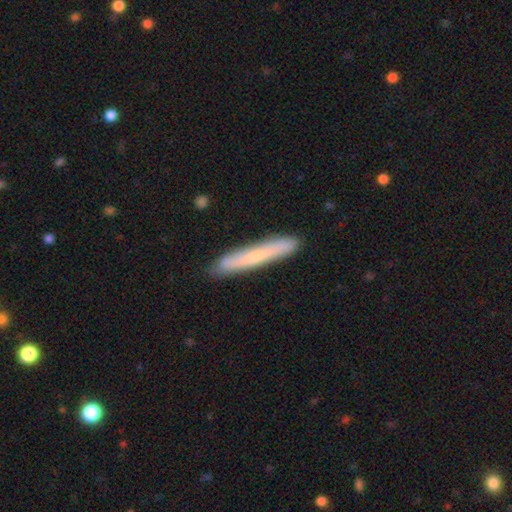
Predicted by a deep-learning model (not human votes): Smooth or featured?
  - smooth: 65% *
  - featured or disk: 29%
  - star or artifact: 6%
How rounded?
  - cigar-shaped: 95% *
  - in between: 3%
  - round: 1%
Merging?
  - none: 89% *
  - minor disturbance: 8%
  - major disturbance: 1%
  - merger: 1%